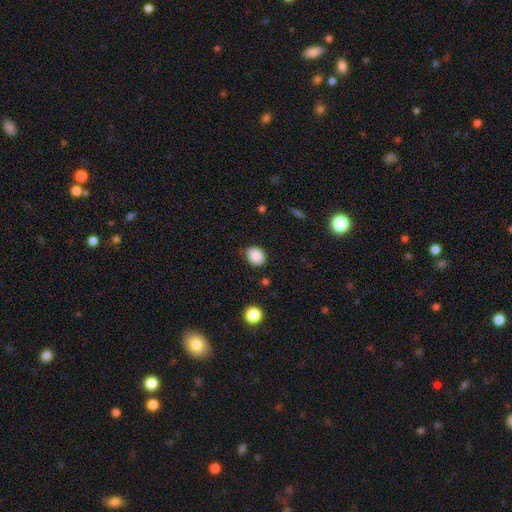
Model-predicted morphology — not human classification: A smooth galaxy with no disk features (88%) that is round (55%).

Vote fractions:
- Smooth or featured? smooth: 88% / star or artifact: 9% / featured or disk: 3%
- How rounded? round: 55% / in between: 44% / cigar-shaped: 1%
- Merging? none: 84% / minor disturbance: 12% / major disturbance: 3% / merger: 1%